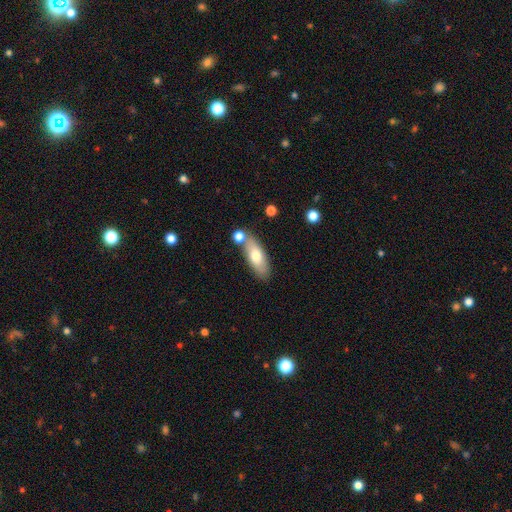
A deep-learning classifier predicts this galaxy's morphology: smooth_or_featured: smooth (p=0.70) [alt: featured or disk p=0.24]
how_rounded: in between (p=0.69) [alt: cigar-shaped p=0.28]
merging: none (p=0.68) [alt: merger p=0.15]